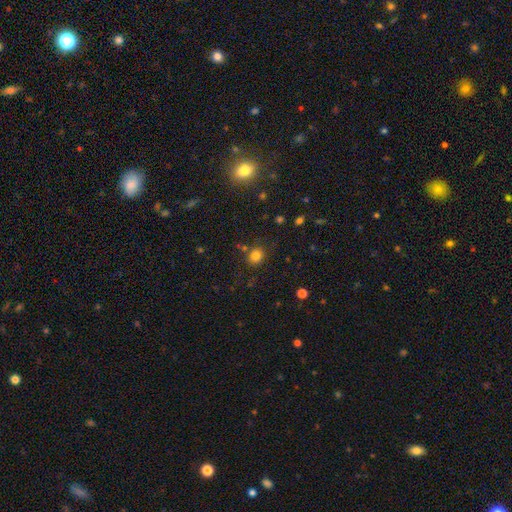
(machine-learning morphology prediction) smooth-or-featured: smooth: 79% | star or artifact: 15% | featured or disk: 6%
  how-rounded: round: 80% | in between: 19% | cigar-shaped: 1%
  merging: none: 79% | minor disturbance: 12% | merger: 5% | major disturbance: 4%